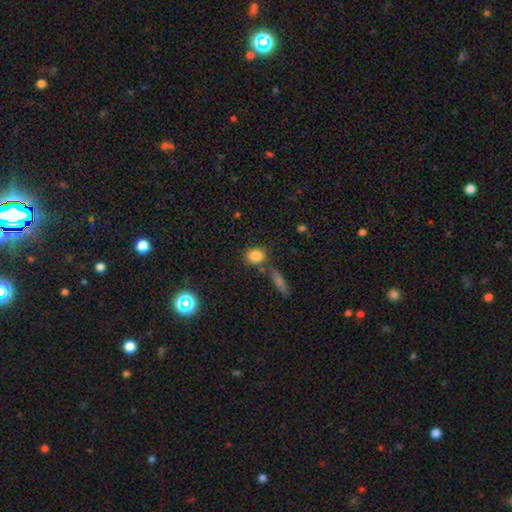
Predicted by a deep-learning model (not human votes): smooth 84%, star or artifact 10%, featured or disk 6%. Down the decision tree: how rounded — round (54%); merging — none (71%).